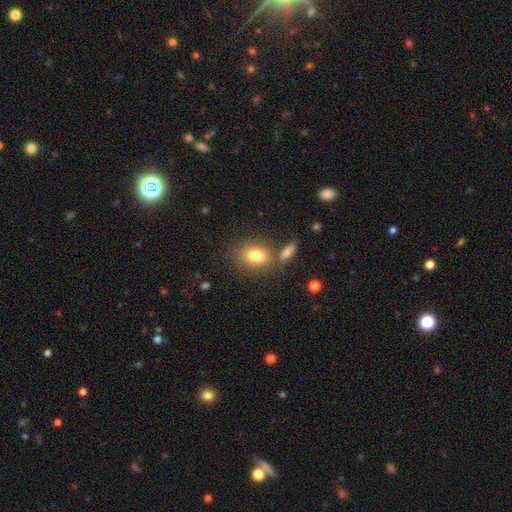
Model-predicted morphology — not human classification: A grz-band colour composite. It shows a smooth galaxy with no disk features (81%) that is in between round and cigar-shaped (64%). Merging: none (67%).